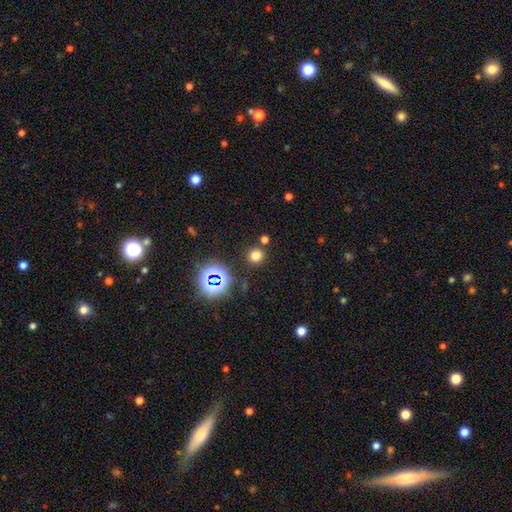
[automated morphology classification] smooth_or_featured: smooth (p=0.70) [alt: star or artifact p=0.24]
how_rounded: round (p=0.90) [alt: in between p=0.09]
merging: none (p=0.82) [alt: merger p=0.08]